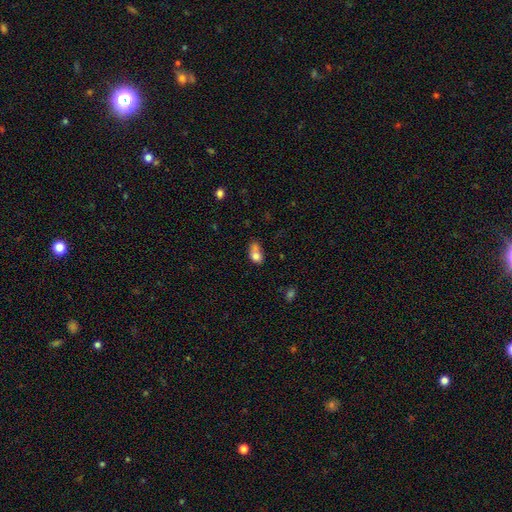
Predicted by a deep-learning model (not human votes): A smooth galaxy with no disk features (73%) that is in between round and cigar-shaped (65%).

Vote fractions:
- Smooth or featured? smooth: 73% / featured or disk: 16% / star or artifact: 11%
- How rounded? in between: 65% / round: 33% / cigar-shaped: 3%
- Merging? merger: 45% / none: 26% / minor disturbance: 18% / major disturbance: 11%